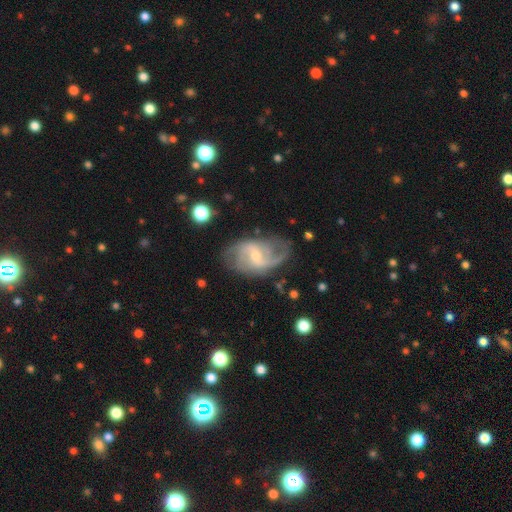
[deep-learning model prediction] Overall: featured or disk (84%). Edge-on disk: no (96%). Bar: weak (54%; no 27%). Spiral arms: yes (94%). Spiral arm count: 2 (72%). Spiral winding: medium (43%; loose 42%). Bulge size: small (57%; moderate 39%). Merging: none (68%).